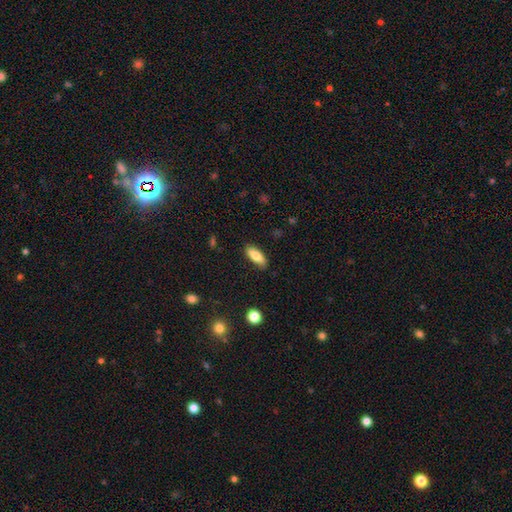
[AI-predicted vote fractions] smooth 76%, featured or disk 17%, star or artifact 7%. Down the decision tree: how rounded — in between (68%); merging — none (85%).